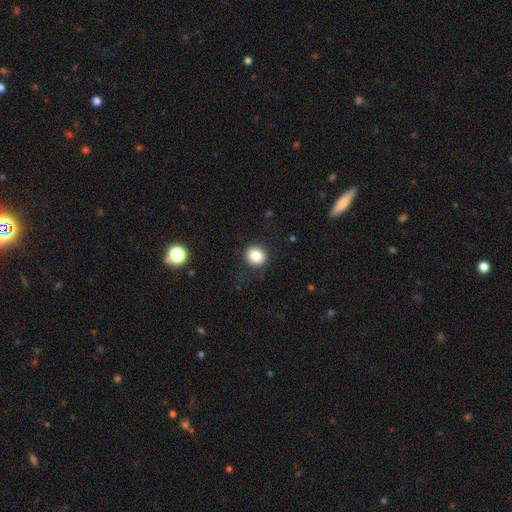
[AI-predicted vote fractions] A smooth galaxy with no disk features (83%) that is round (84%). Merging: none (86%).